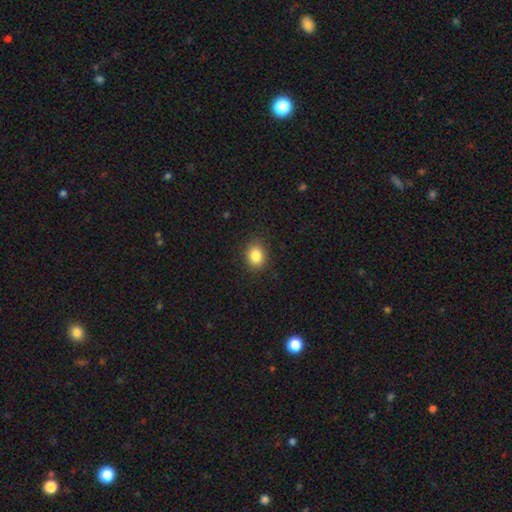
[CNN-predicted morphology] A smooth galaxy with no disk features (84%) that is round (61%).

Vote fractions:
- Smooth or featured? smooth: 84% / star or artifact: 10% / featured or disk: 6%
- How rounded? round: 61% / in between: 38% / cigar-shaped: 1%
- Merging? none: 89% / minor disturbance: 8% / major disturbance: 2% / merger: 1%